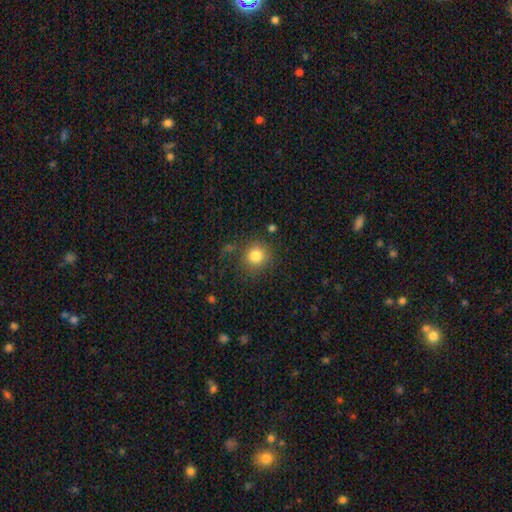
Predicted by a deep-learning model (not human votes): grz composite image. It shows a smooth galaxy with no disk features (82%) that is round (89%). Merging: none (81%).